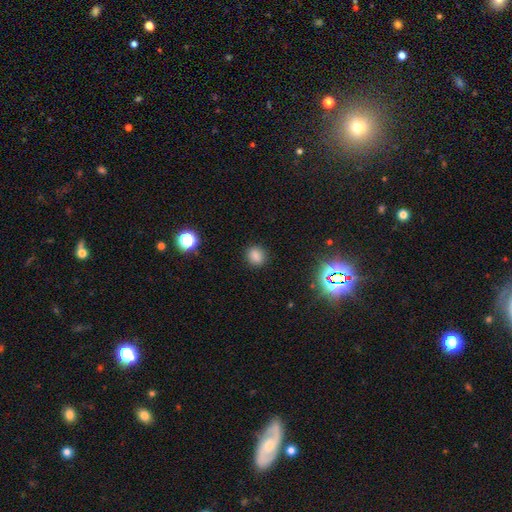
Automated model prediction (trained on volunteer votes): Smooth or featured? Predicted: smooth (p=0.81). How rounded? Predicted: round (p=0.74). Merging? Predicted: none (p=0.89).